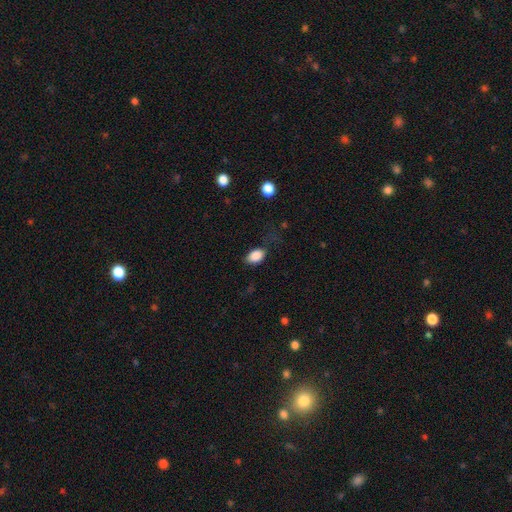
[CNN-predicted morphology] This appears to be a smooth galaxy with no disk features (87%) that is in between round and cigar-shaped (87%). Merging: none (59%).